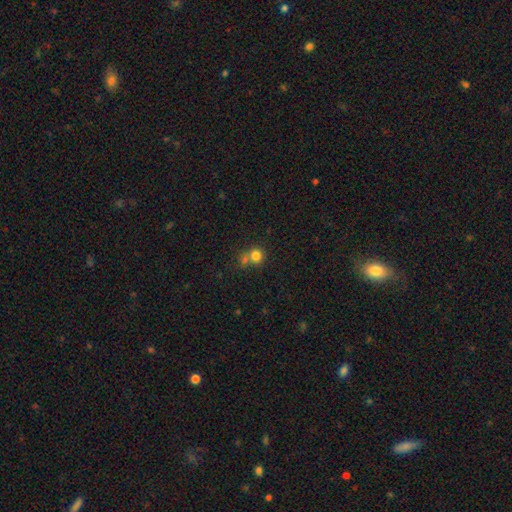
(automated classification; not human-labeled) Smooth or featured?
  - smooth: 79% *
  - star or artifact: 13%
  - featured or disk: 9%
How rounded?
  - round: 86% *
  - in between: 13%
  - cigar-shaped: 1%
Merging?
  - none: 47% *
  - merger: 40%
  - minor disturbance: 9%
  - major disturbance: 4%